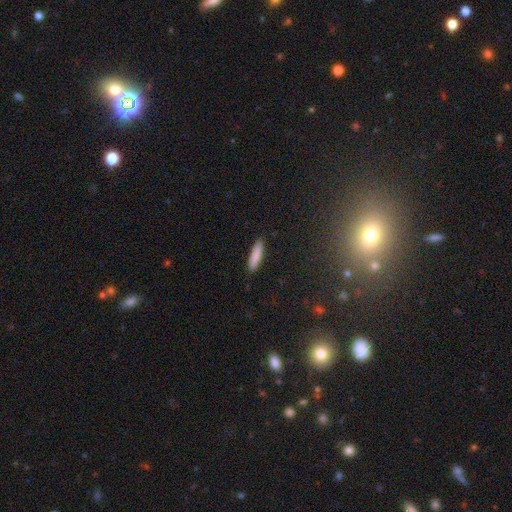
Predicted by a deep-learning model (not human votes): The model was most divided on "how rounded": cigar-shaped: 84%, in between: 14%, round: 1%. More confident: merging — none (90%); smooth or featured — smooth (85%).